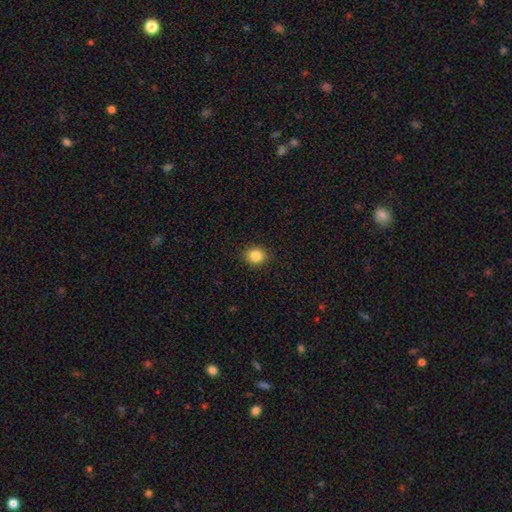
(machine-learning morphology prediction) smooth-or-featured: smooth: 86% | star or artifact: 10% | featured or disk: 4%
  how-rounded: round: 77% | in between: 22% | cigar-shaped: 1%
  merging: none: 89% | minor disturbance: 8% | major disturbance: 2% | merger: 1%